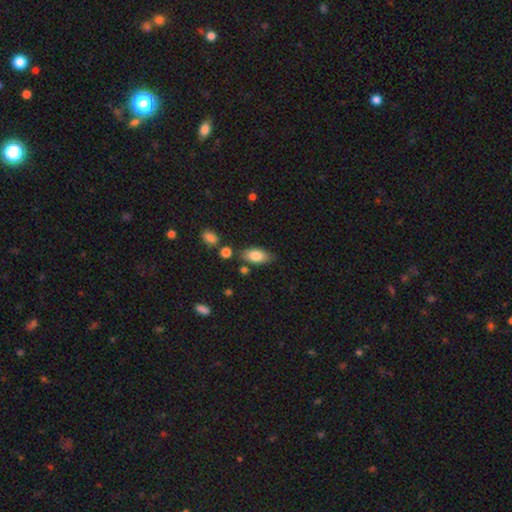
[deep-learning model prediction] This is clearly a smooth galaxy (82%). How rounded: clearly in between (89%). Merging: likely none (75%).